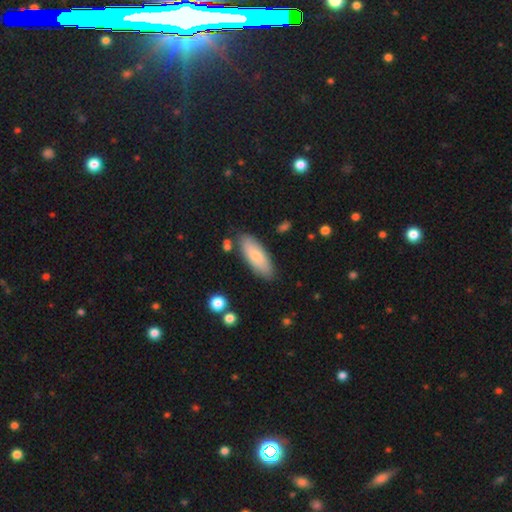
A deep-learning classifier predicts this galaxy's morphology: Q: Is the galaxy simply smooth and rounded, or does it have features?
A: smooth — 72%.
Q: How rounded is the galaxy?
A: in between — 72%.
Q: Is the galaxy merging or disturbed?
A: none — 82%.